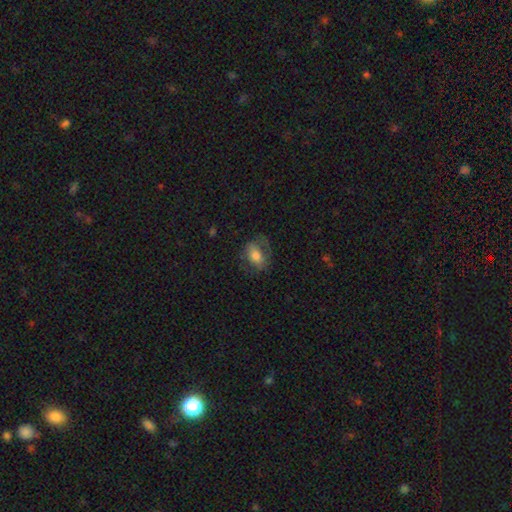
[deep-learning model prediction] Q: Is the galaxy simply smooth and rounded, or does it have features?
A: smooth — 60%.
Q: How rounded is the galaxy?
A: in between — 76%.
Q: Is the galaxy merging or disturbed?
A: none — 55%.